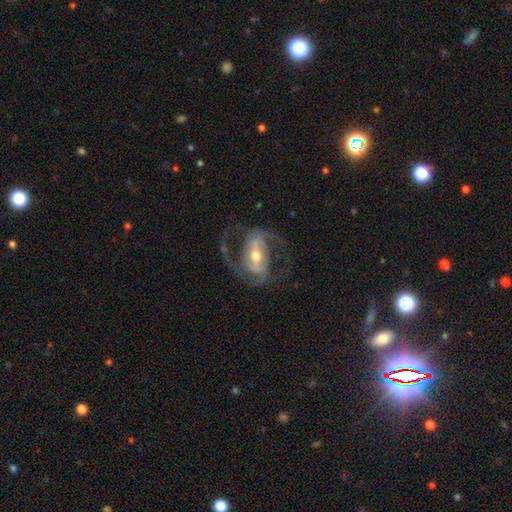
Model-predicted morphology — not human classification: smooth-or-featured: featured or disk: 90% | smooth: 5% | star or artifact: 5%
  disk-edge-on: no: 97% | yes: 3%
    bar: strong: 48% | weak: 36% | no: 16%
    has-spiral-arms: yes: 97% | no: 3%
      spiral-winding: medium: 58% | loose: 25% | tight: 17%
      spiral-arm-count: 2: 86% | 3: 6% | can't tell: 3% | 1: 2% | 4: 2% | more than 4: 1%
    bulge-size: moderate: 63% | small: 30% | large: 5% | none: 1% | dominant: 1%
  merging: none: 69% | major disturbance: 15% | minor disturbance: 14% | merger: 1%